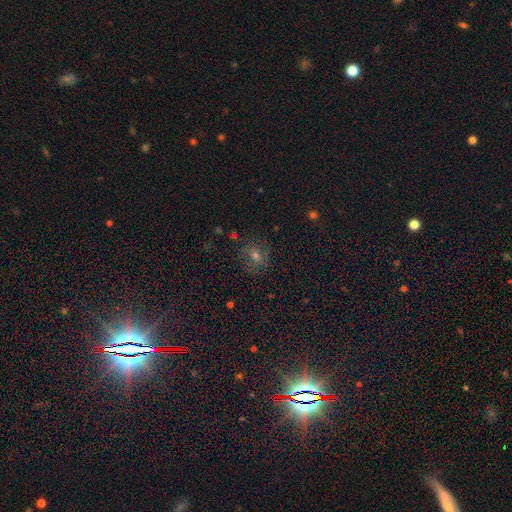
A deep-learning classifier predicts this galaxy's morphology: smooth_or_featured: smooth (p=0.43) [alt: star or artifact p=0.33]
merging: none (p=0.80) [alt: minor disturbance p=0.13]